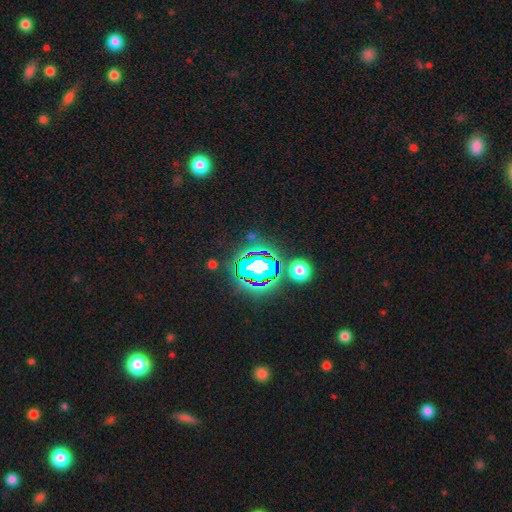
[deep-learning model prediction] Smooth or featured? star or artifact (82%)